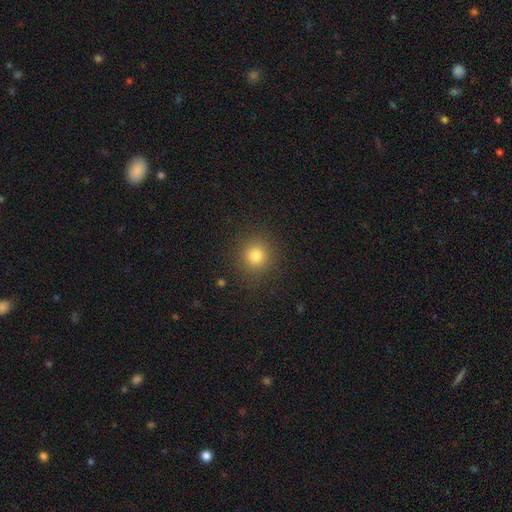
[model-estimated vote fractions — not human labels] smooth-or-featured: smooth: 79% | star or artifact: 15% | featured or disk: 7%
  how-rounded: round: 90% | in between: 9% | cigar-shaped: 1%
  merging: none: 89% | minor disturbance: 7% | major disturbance: 3% | merger: 1%